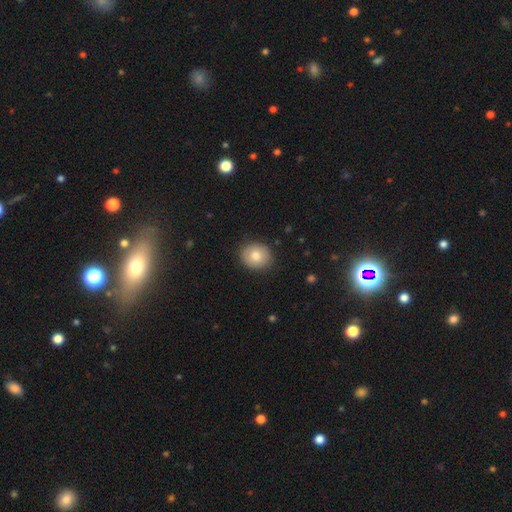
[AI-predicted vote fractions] Smooth or featured? Predicted: smooth (p=0.79). How rounded? Predicted: round (p=0.69). Merging? Predicted: none (p=0.86).